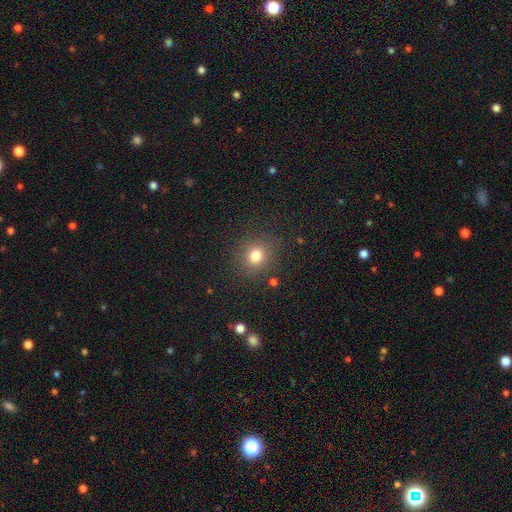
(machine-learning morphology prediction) Smooth or featured? smooth (78%)
How rounded? round (86%)
Merging? none (86%)